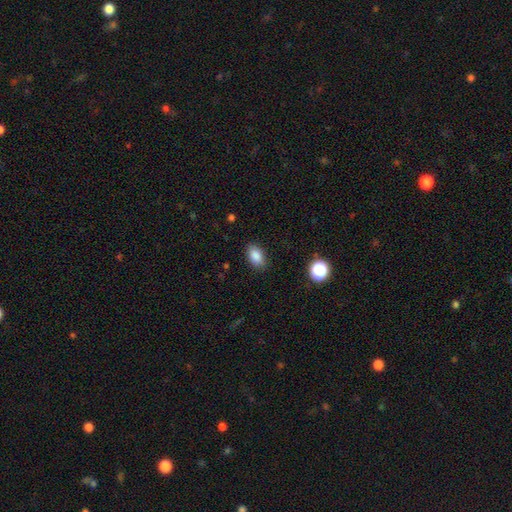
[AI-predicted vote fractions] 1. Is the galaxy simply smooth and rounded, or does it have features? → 86% smooth, 9% star or artifact, 5% featured or disk.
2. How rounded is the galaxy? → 89% in between, 9% round, 2% cigar-shaped.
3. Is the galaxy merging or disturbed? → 87% none, 10% minor disturbance, 3% major disturbance, 1% merger.